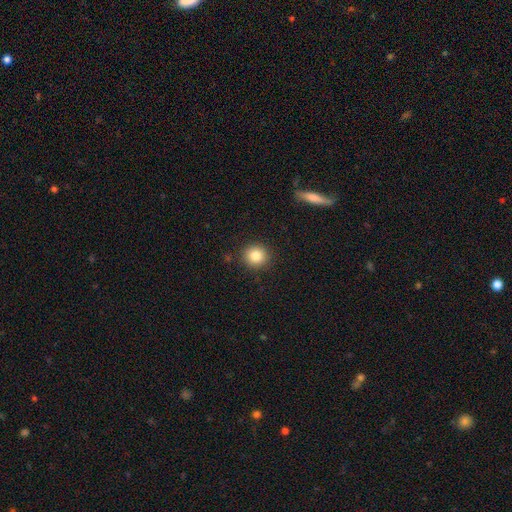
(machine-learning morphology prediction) A smooth galaxy with no disk features (83%) that is round (90%). Merging: none (89%).